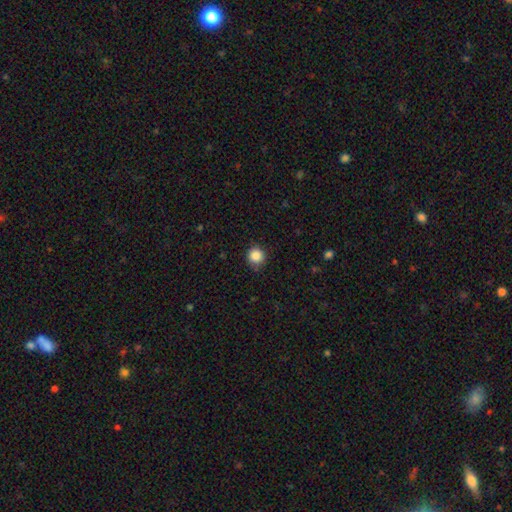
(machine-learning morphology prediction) Overall: smooth (86%). How rounded: round (93%). Merging: none (86%).